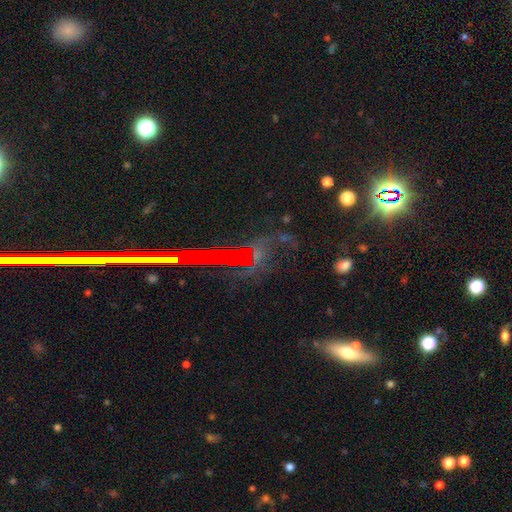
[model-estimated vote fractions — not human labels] star or artifact 59%, featured or disk 26%, smooth 14%.